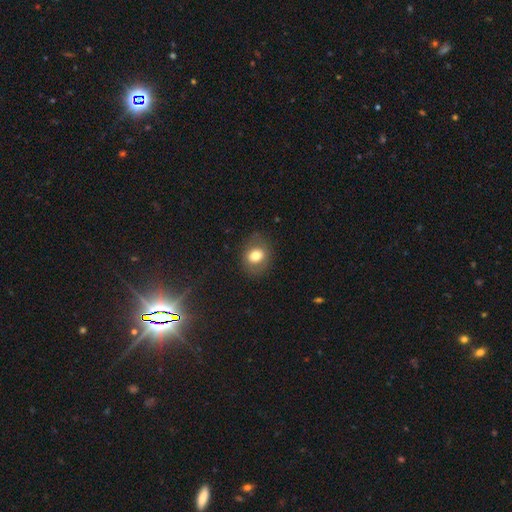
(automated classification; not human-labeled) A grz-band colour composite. It shows a smooth galaxy with no disk features (75%) that is round (55%). Merging: none (80%).